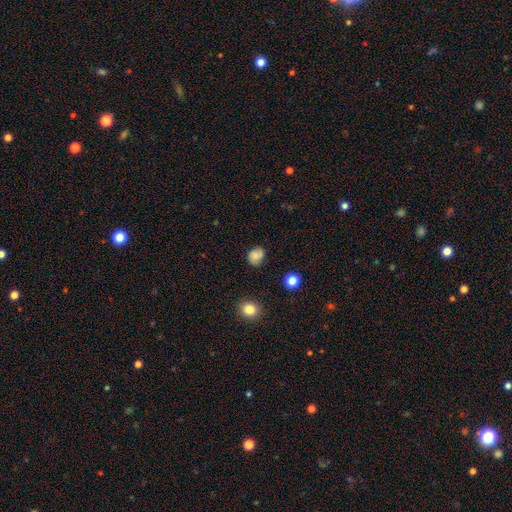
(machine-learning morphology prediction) This is likely a smooth galaxy (75%). How rounded: likely round (65%). Merging: likely none (72%).